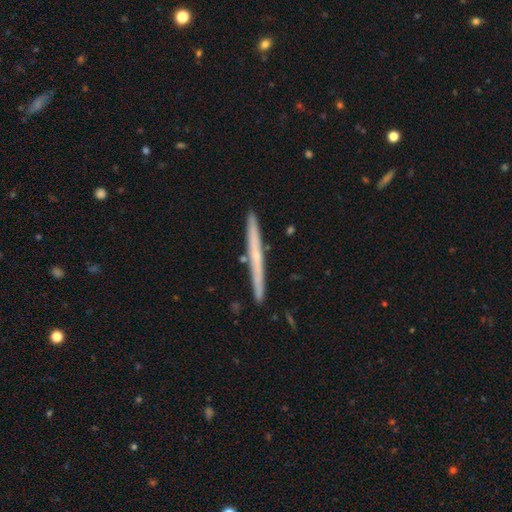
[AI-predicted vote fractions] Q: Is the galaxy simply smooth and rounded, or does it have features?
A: featured or disk — 59%.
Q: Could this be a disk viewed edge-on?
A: yes — 97%.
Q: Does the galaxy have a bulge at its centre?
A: none — 70%.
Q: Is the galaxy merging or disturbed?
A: none — 89%.